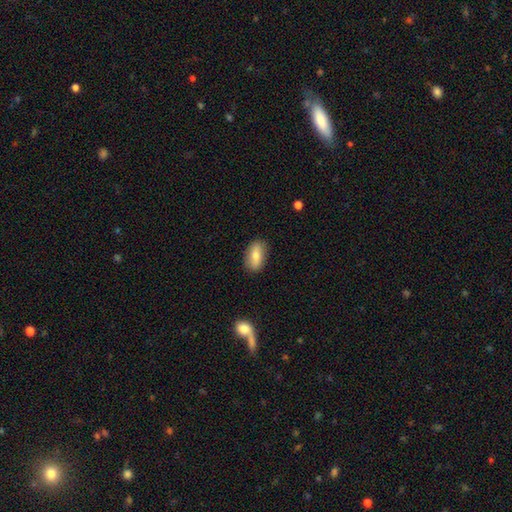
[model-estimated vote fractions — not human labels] smooth-or-featured: smooth: 76% | featured or disk: 17% | star or artifact: 7%
  how-rounded: in between: 88% | round: 6% | cigar-shaped: 6%
  merging: none: 85% | minor disturbance: 11% | major disturbance: 3% | merger: 1%